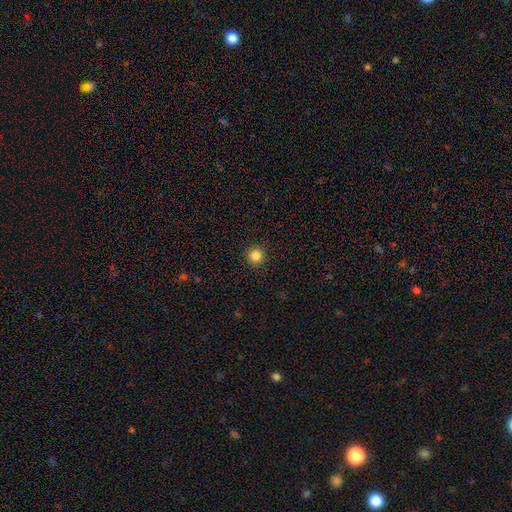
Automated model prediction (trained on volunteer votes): The model was most divided on "smooth or featured": smooth: 84%, star or artifact: 12%, featured or disk: 4%. More confident: how rounded — round (96%); merging — none (93%).